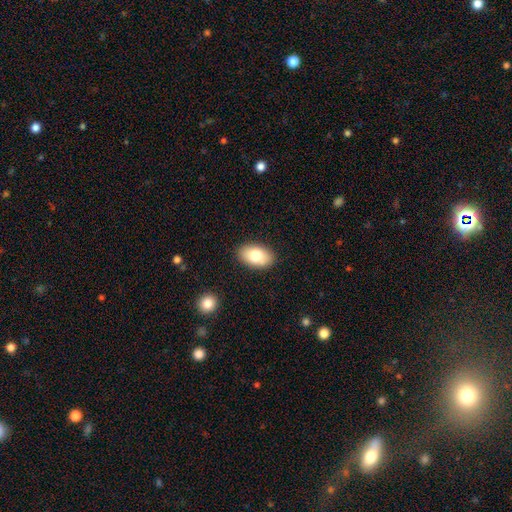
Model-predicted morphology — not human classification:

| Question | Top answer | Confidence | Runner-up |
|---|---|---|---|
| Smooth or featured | smooth | 77% | featured or disk (16%) |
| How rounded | in between | 92% | round (6%) |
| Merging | none | 88% | minor disturbance (9%) |